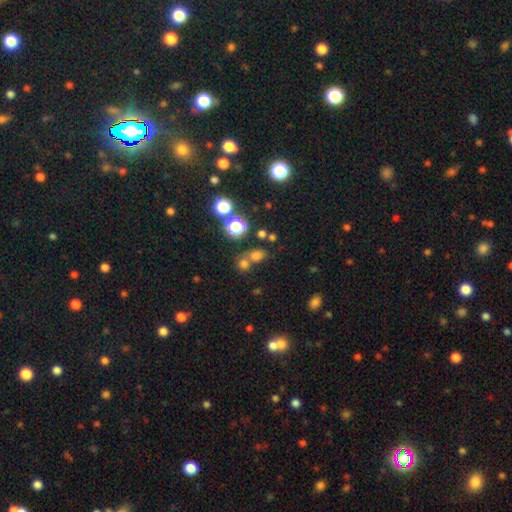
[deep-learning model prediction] Smooth or featured: smooth — 65% (star or artifact — 27%)
How rounded: round — 51% (in between — 47%)
Merging: none — 55% (merger — 30%)